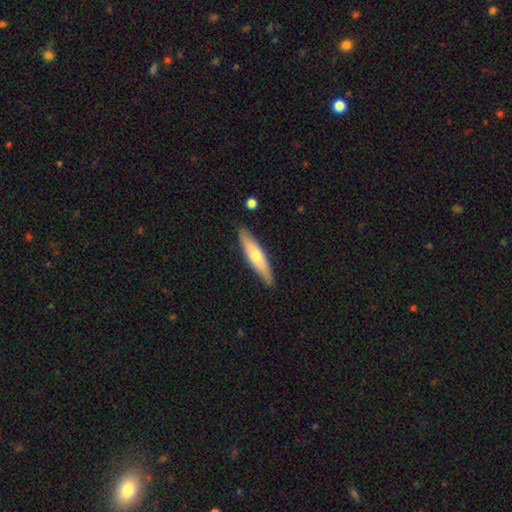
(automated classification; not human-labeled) Overall: smooth (55%; featured or disk 39%). How rounded: cigar-shaped (83%). Merging: none (89%).